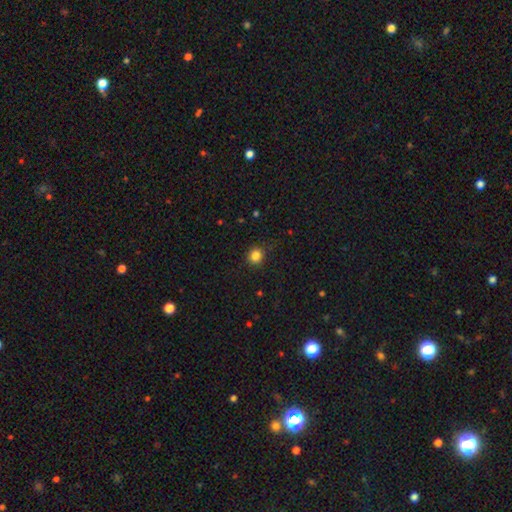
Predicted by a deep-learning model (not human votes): Smooth or featured: smooth — 84% (star or artifact — 12%)
How rounded: round — 87% (in between — 12%)
Merging: none — 87% (minor disturbance — 9%)